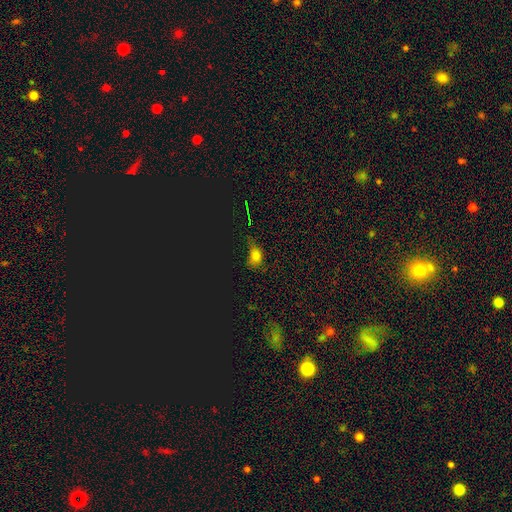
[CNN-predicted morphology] This appears to be a smooth galaxy with no disk features (53%) that is in between round and cigar-shaped (54%). Merging: none (55%).